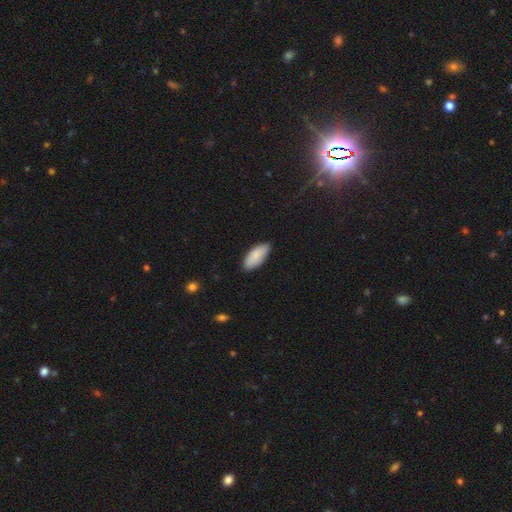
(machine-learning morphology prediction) This appears to be a smooth galaxy with no disk features (86%) that is in between round and cigar-shaped (88%). Merging: none (85%).